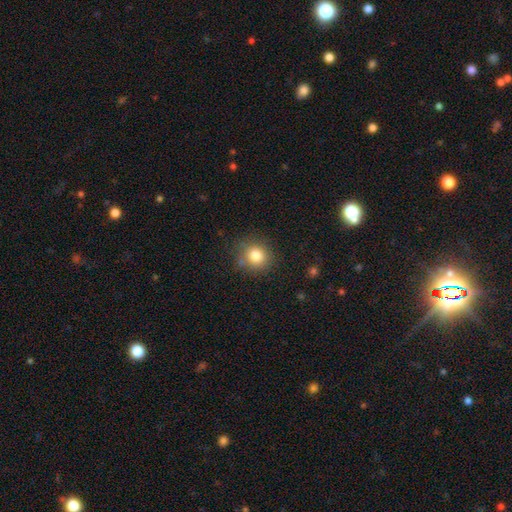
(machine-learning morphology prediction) Smooth or featured? smooth (81%)
How rounded? round (87%)
Merging? none (82%)